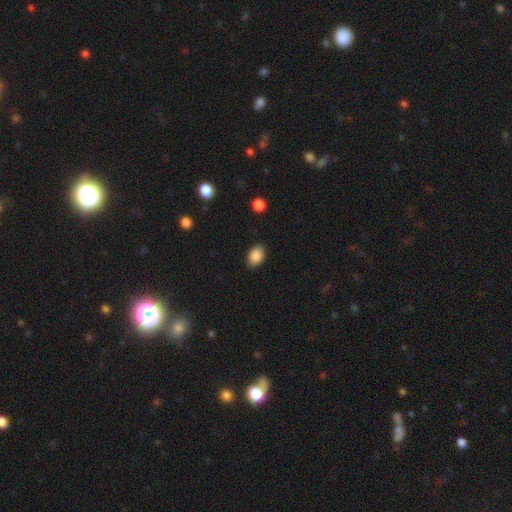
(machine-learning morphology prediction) This is clearly a smooth galaxy (87%). How rounded: clearly in between (84%). Merging: clearly none (85%).